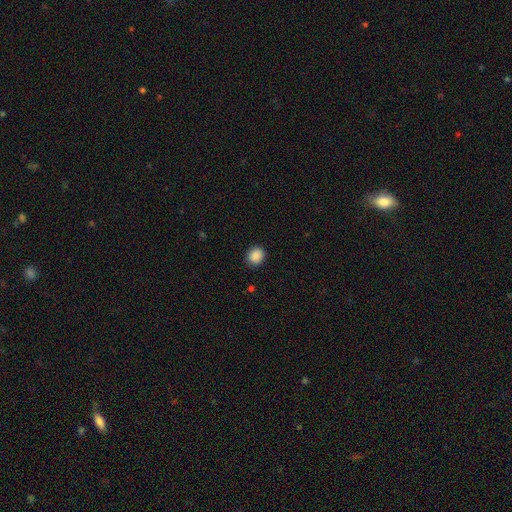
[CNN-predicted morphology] type=smooth (89%); roundness=round (75%); merging=none (90%).